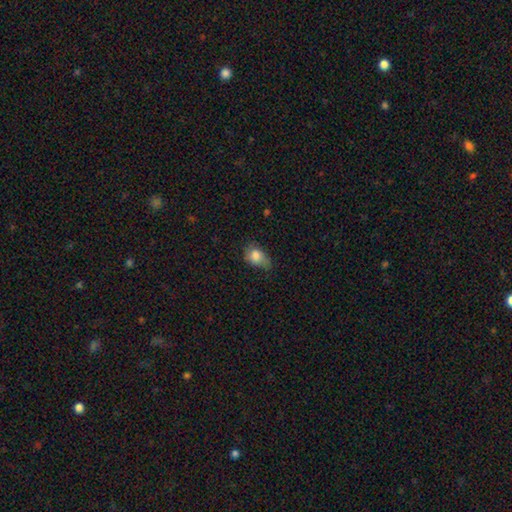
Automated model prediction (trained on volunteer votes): Q: Smooth or featured?
A: smooth (82%); runner-up: featured or disk (10%)
Q: How rounded?
A: in between (71%); runner-up: round (28%)
Q: Merging?
A: minor disturbance (42%); runner-up: none (40%)